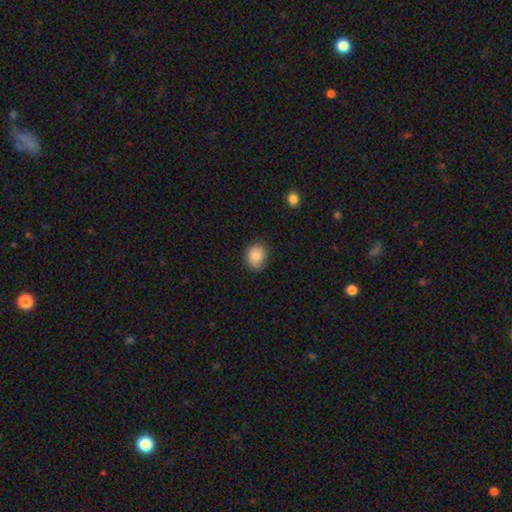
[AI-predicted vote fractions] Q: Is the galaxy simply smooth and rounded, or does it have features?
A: smooth — 86%.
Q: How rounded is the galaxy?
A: round — 59%.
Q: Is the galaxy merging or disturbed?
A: none — 80%.